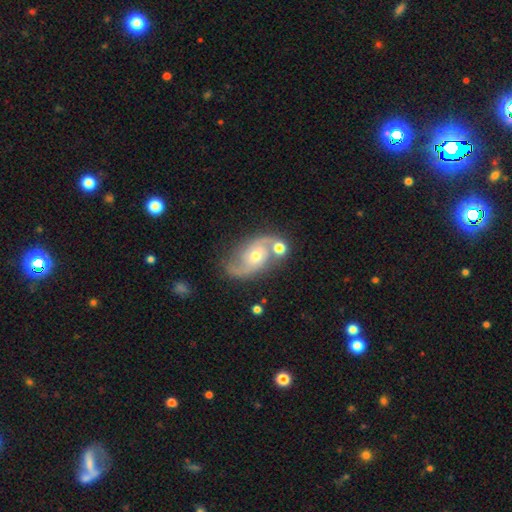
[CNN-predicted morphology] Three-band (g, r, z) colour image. It shows a featured or disk galaxy (84%) with no bar (67%), 2 (90%) medium (52%) spiral arms (95%) and a moderate central bulge (58%). Merging: none (65%).